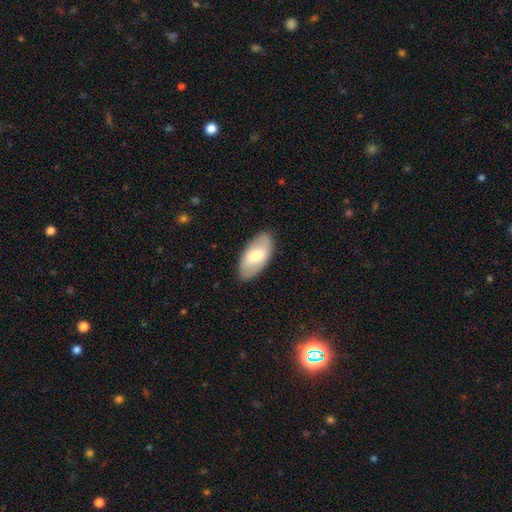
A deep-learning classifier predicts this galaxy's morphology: This appears to be a smooth galaxy with no disk features (63%) that is in between round and cigar-shaped (94%). Merging: none (86%).